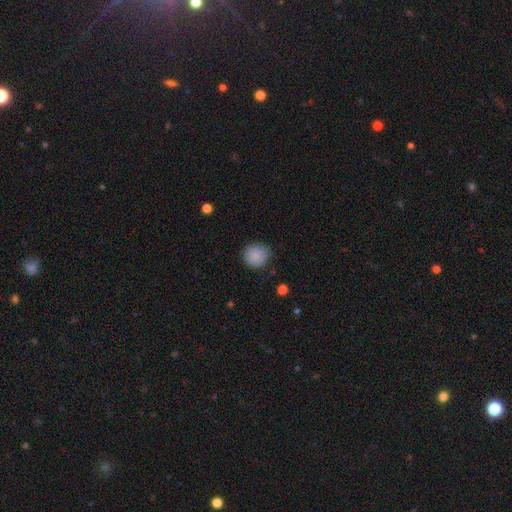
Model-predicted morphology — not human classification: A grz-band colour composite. It shows a smooth galaxy with no disk features (87%) that is round (91%). Merging: none (82%).